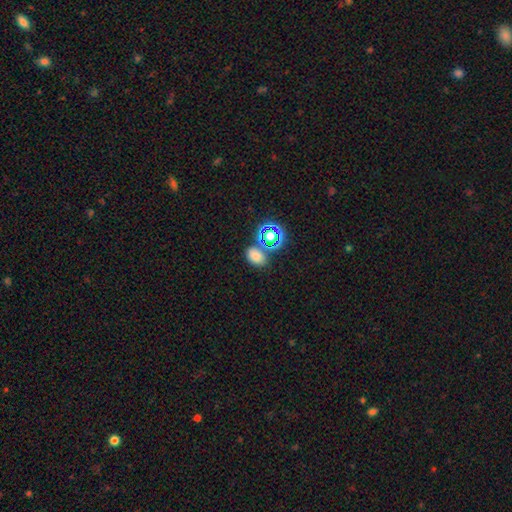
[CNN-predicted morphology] Overall: smooth (70%). How rounded: in between (75%). Merging: none (71%).